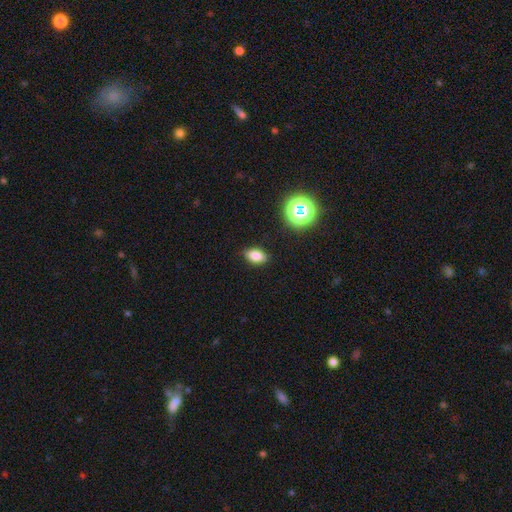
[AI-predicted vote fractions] Smooth or featured? Predicted: smooth (p=0.79). How rounded? Predicted: in between (p=0.87). Merging? Predicted: none (p=0.86).